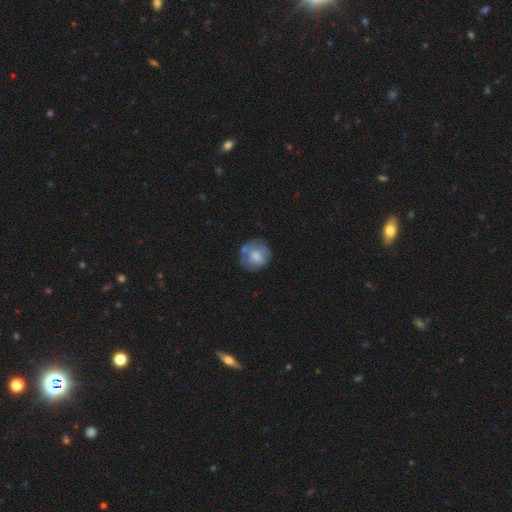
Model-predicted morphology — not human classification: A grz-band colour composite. It shows a smooth galaxy with no disk features (58%) that is round (83%). Merging: none (61%).